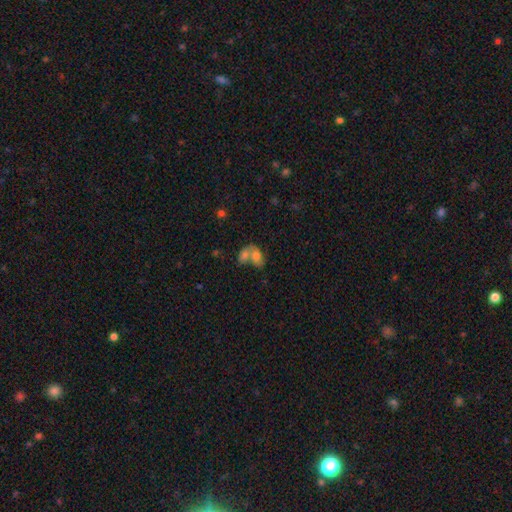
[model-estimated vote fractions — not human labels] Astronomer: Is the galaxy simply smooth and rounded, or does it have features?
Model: smooth — 69%.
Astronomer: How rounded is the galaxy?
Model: in between — 82%.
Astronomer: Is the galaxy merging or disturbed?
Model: merger — 70%.